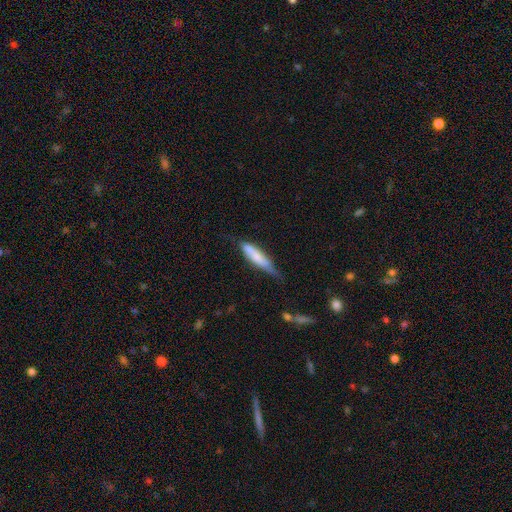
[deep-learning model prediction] Morphology: type=smooth (64%); roundness=cigar-shaped (77%); merging=none (48%).